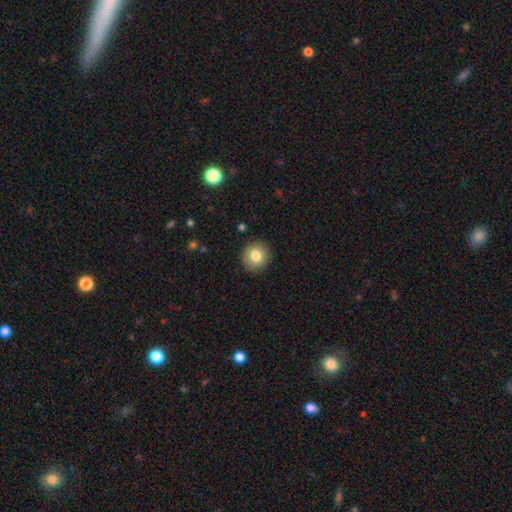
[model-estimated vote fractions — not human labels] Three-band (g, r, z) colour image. It shows a smooth galaxy with no disk features (82%) that is round (93%). Merging: none (91%).